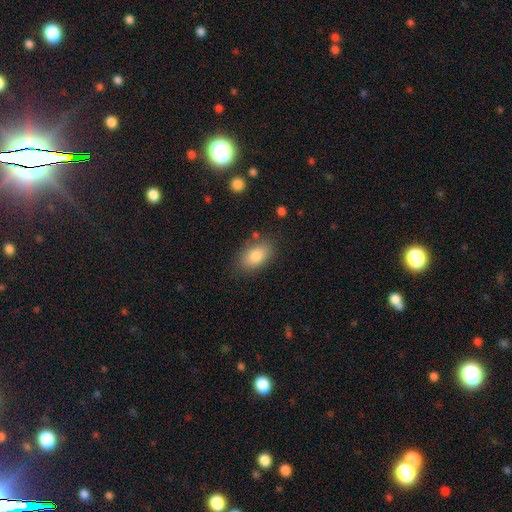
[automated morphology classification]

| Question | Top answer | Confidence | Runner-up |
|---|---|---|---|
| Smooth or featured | smooth | 81% | featured or disk (11%) |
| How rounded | in between | 88% | round (10%) |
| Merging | none | 81% | minor disturbance (13%) |